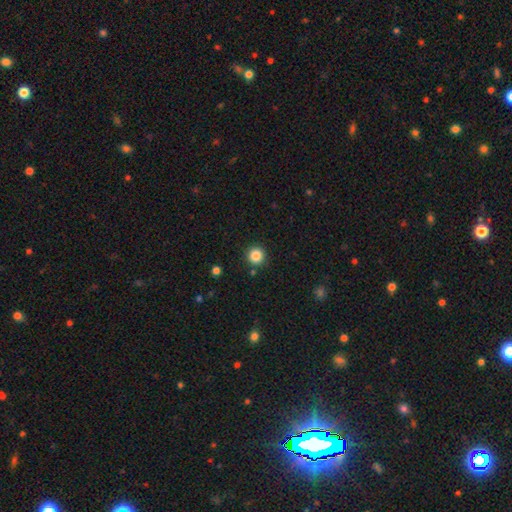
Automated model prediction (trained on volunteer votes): A smooth galaxy with no disk features (85%) that is round (95%).

Vote fractions:
- Smooth or featured? smooth: 85% / star or artifact: 11% / featured or disk: 4%
- How rounded? round: 95% / in between: 4% / cigar-shaped: 1%
- Merging? none: 90% / minor disturbance: 6% / merger: 2% / major disturbance: 2%